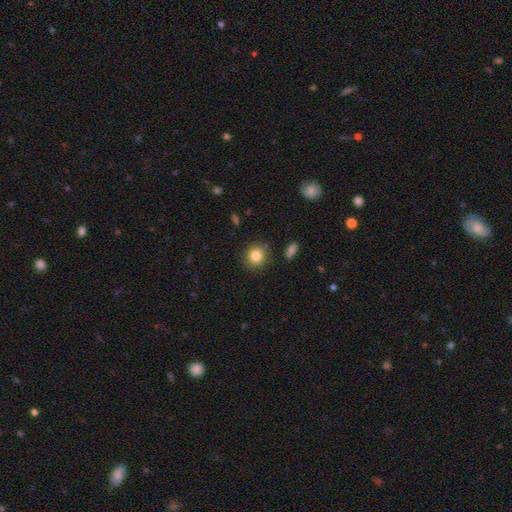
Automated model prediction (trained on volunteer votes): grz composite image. It shows a smooth galaxy with no disk features (83%) that is round (84%). Merging: none (86%).